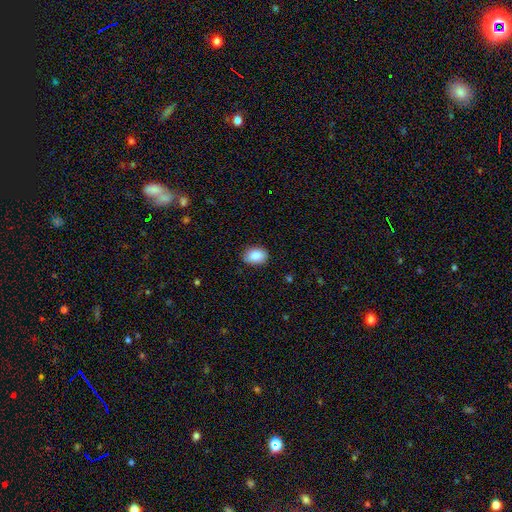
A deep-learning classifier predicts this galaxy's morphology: This is clearly a smooth galaxy (87%). How rounded: likely in between (80%). Merging: clearly none (87%).